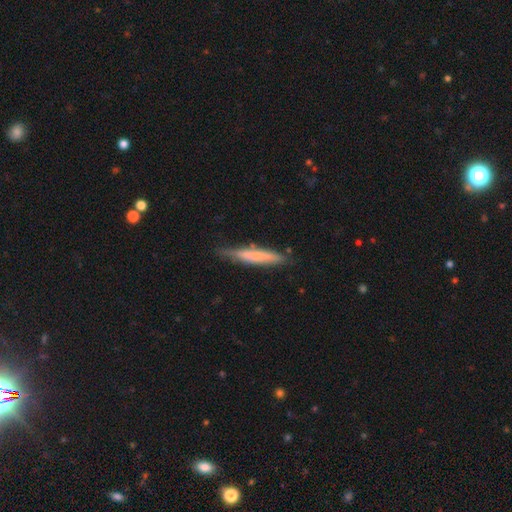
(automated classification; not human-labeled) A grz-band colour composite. It shows a smooth galaxy with no disk features (62%) that is cigar-shaped (92%). Merging: none (74%).